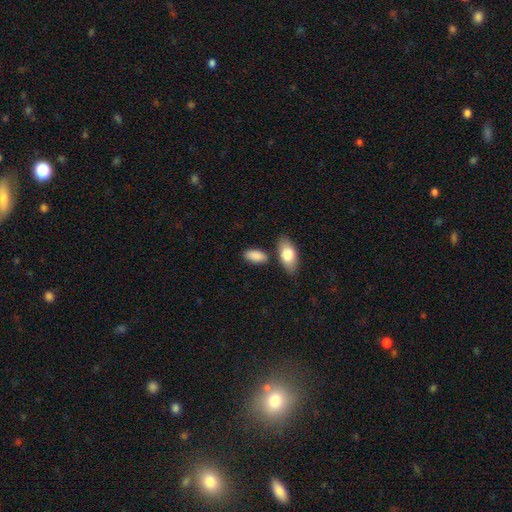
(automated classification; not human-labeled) Q: Smooth or featured?
A: smooth (87%); runner-up: featured or disk (7%)
Q: How rounded?
A: in between (90%); runner-up: cigar-shaped (6%)
Q: Merging?
A: none (72%); runner-up: minor disturbance (13%)